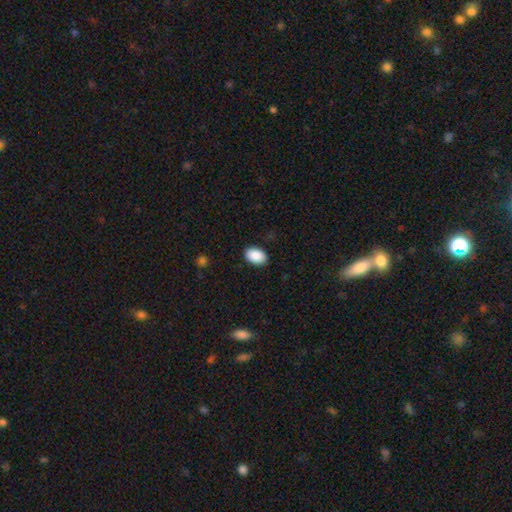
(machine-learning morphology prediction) Smooth or featured: smooth — 90% (star or artifact — 7%)
How rounded: in between — 88% (round — 11%)
Merging: none — 88% (minor disturbance — 9%)